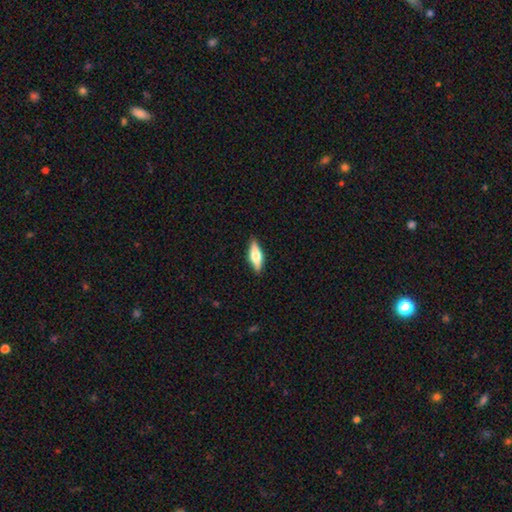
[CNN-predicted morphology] A smooth galaxy with no disk features (47%). Merging: none (88%).